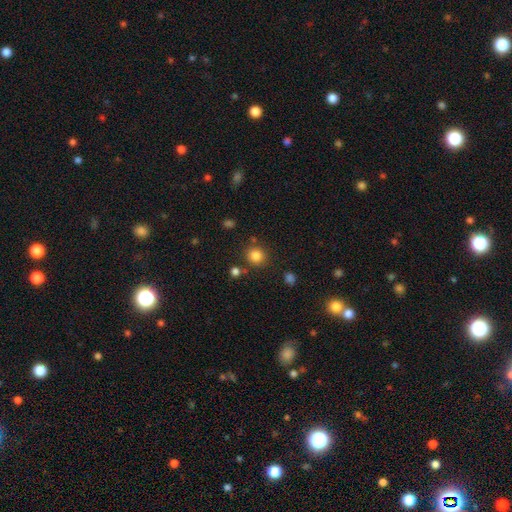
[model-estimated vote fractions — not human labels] smooth 84%, star or artifact 12%, featured or disk 5%. Down the decision tree: how rounded — round (89%); merging — none (82%).